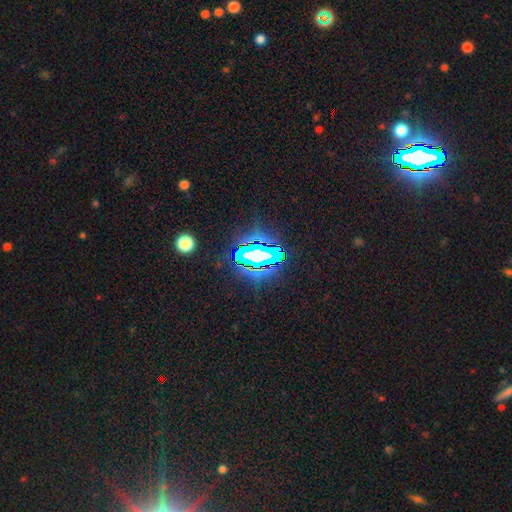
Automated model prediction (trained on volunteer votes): The model was most divided on "smooth or featured": star or artifact: 80%, smooth: 12%, featured or disk: 8%.